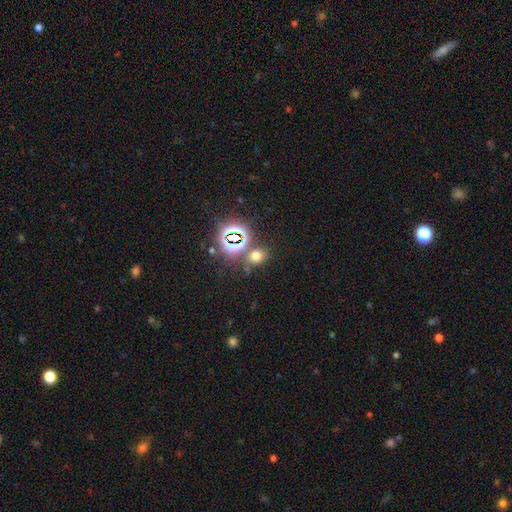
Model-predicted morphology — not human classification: A smooth galaxy with no disk features (57%) that is round (54%).

Vote fractions:
- Smooth or featured? smooth: 57% / star or artifact: 36% / featured or disk: 7%
- How rounded? round: 54% / in between: 44% / cigar-shaped: 2%
- Merging? none: 75% / merger: 11% / minor disturbance: 10% / major disturbance: 4%